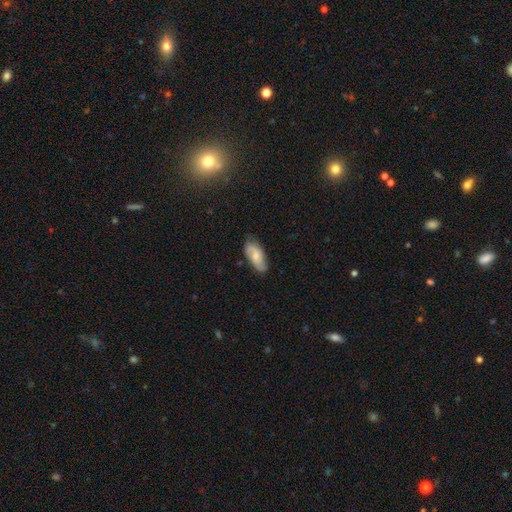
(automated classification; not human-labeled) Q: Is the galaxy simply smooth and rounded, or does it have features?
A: smooth — 58%.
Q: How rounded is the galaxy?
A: in between — 88%.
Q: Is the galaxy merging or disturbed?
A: none — 71%.